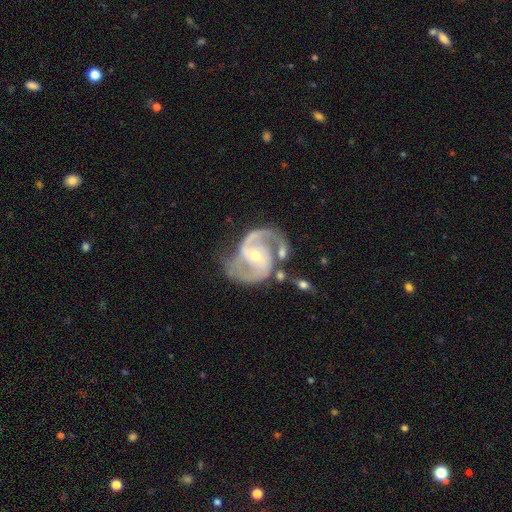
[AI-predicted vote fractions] Overall: featured or disk (92%). Edge-on disk: no (98%). Bar: weak (42%; no 29%). Spiral arms: yes (98%). Spiral arm count: 2 (91%). Spiral winding: medium (62%). Bulge size: small (53%; moderate 44%). Merging: none (62%).